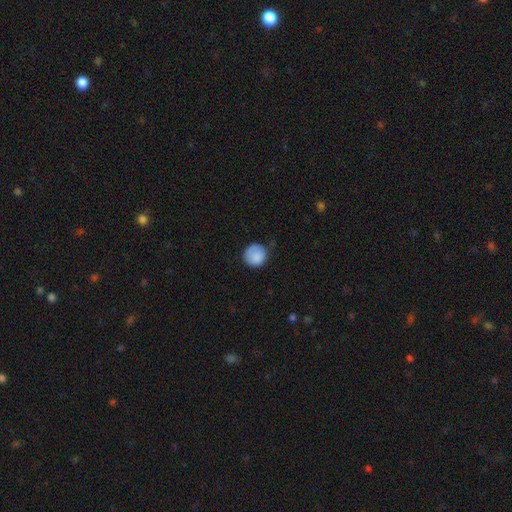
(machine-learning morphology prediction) Smooth or featured? Predicted: smooth (p=0.86). How rounded? Predicted: round (p=0.91). Merging? Predicted: none (p=0.75).